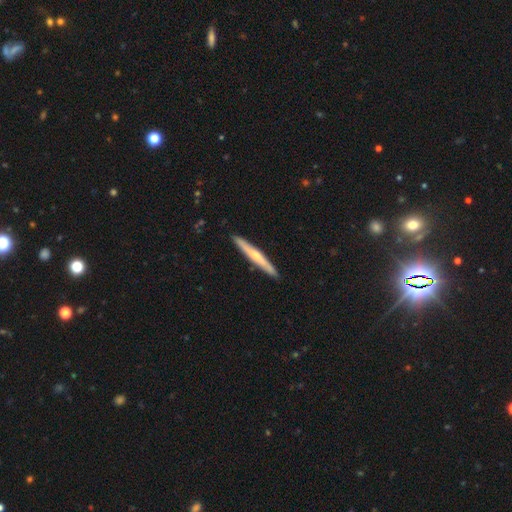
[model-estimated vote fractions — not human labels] featured or disk 51%, smooth 44%, star or artifact 5%. Down the decision tree: edge-on disk — yes (95%); merging — none (91%).